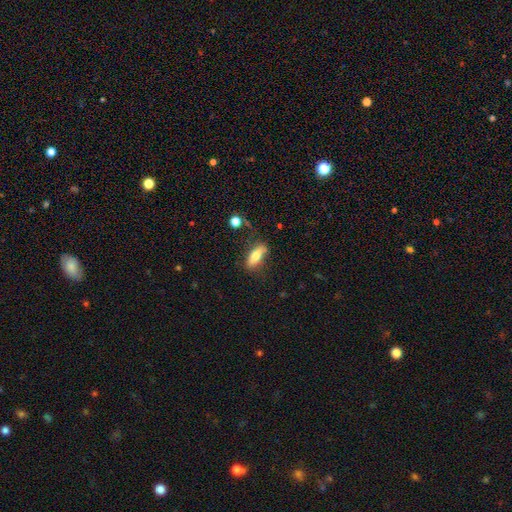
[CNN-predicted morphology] type=smooth (69%); roundness=in between (65%); merging=none (70%).